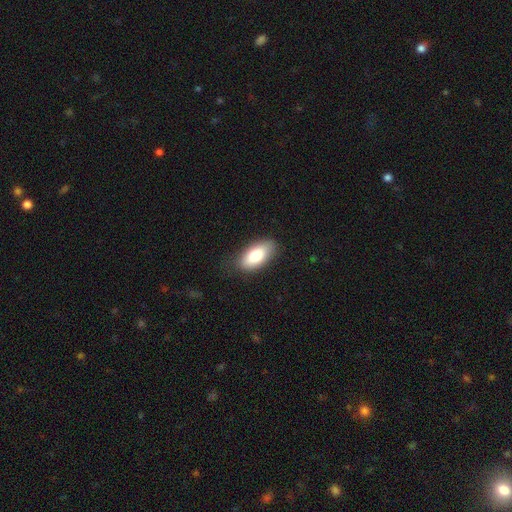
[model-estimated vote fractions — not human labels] Morphology: type=smooth (78%); roundness=in between (91%); merging=none (83%).